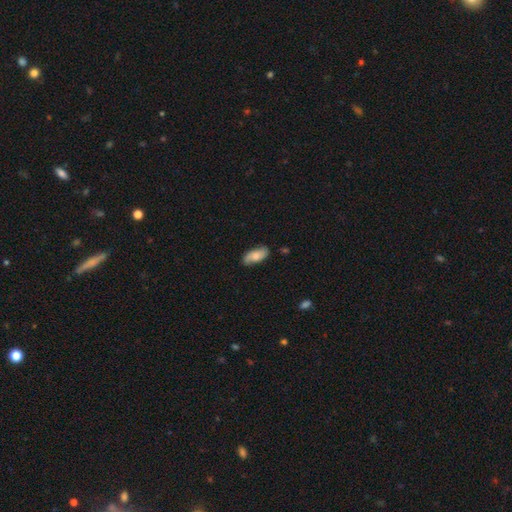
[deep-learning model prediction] This is likely a smooth galaxy (72%). How rounded: clearly in between (86%). Merging: likely none (79%).